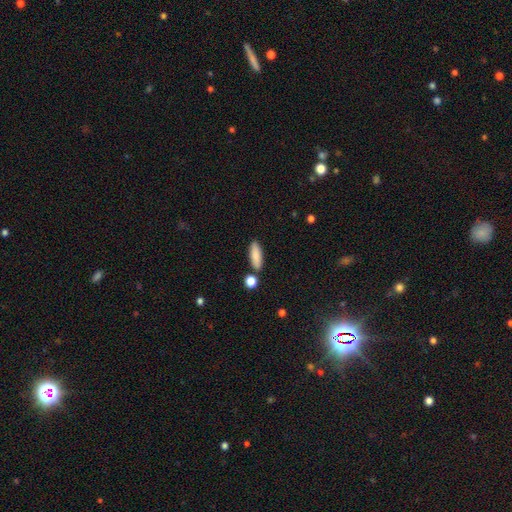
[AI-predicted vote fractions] Morphology: type=smooth (85%); roundness=in between (58%); merging=none (82%).